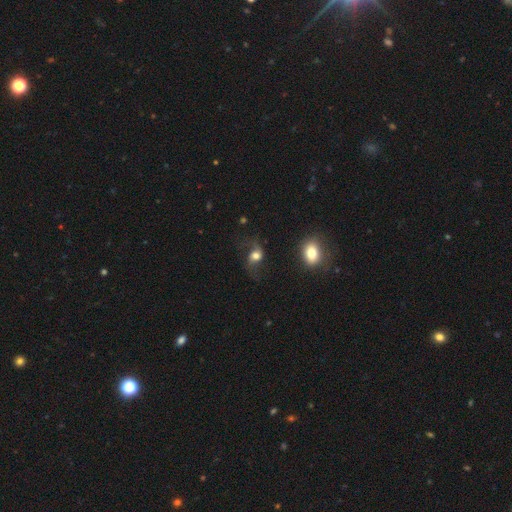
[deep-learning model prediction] smooth-or-featured: featured or disk: 54% | smooth: 35% | star or artifact: 11%
  disk-edge-on: no: 95% | yes: 5%
    bar: no: 57% | weak: 33% | strong: 10%
    has-spiral-arms: yes: 86% | no: 14%
    bulge-size: moderate: 43% | large: 36% | small: 9% | dominant: 9% | none: 3%
  merging: none: 51% | major disturbance: 26% | minor disturbance: 19% | merger: 4%